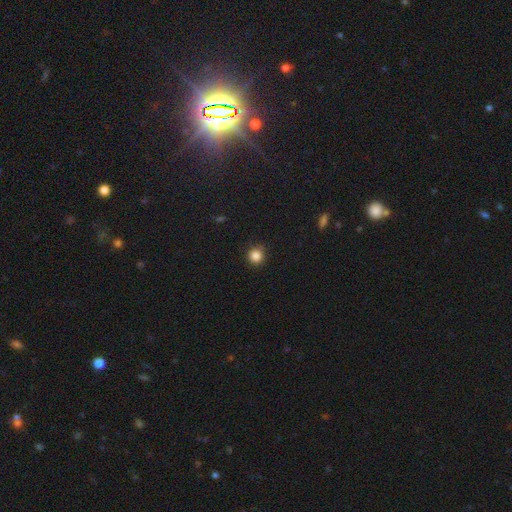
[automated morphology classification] Smooth or featured?
  - smooth: 85% *
  - star or artifact: 12%
  - featured or disk: 3%
How rounded?
  - round: 93% *
  - in between: 6%
  - cigar-shaped: 1%
Merging?
  - none: 86% *
  - minor disturbance: 10%
  - major disturbance: 2%
  - merger: 1%